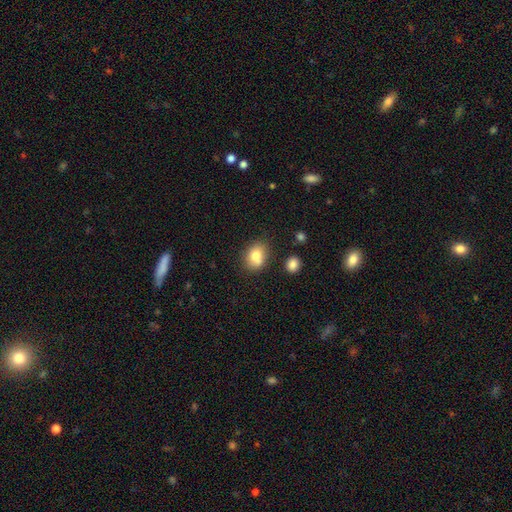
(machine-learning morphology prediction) Smooth or featured?
  - smooth: 80% *
  - featured or disk: 11%
  - star or artifact: 9%
How rounded?
  - in between: 62% *
  - round: 37%
  - cigar-shaped: 1%
Merging?
  - none: 70% *
  - minor disturbance: 17%
  - merger: 9%
  - major disturbance: 4%